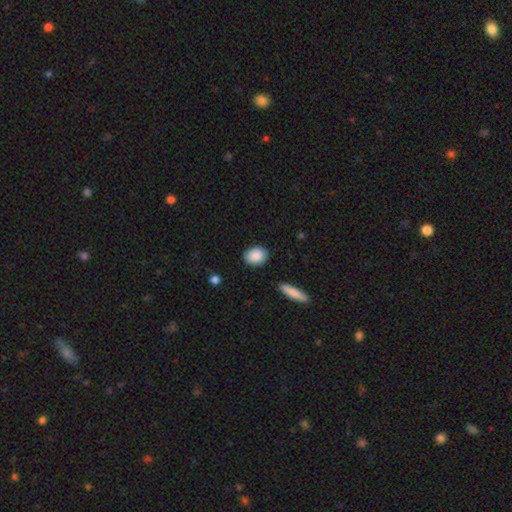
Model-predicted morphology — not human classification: smooth_or_featured: smooth (p=0.89) [alt: star or artifact p=0.07]
how_rounded: in between (p=0.55) [alt: round p=0.43]
merging: none (p=0.88) [alt: minor disturbance p=0.08]